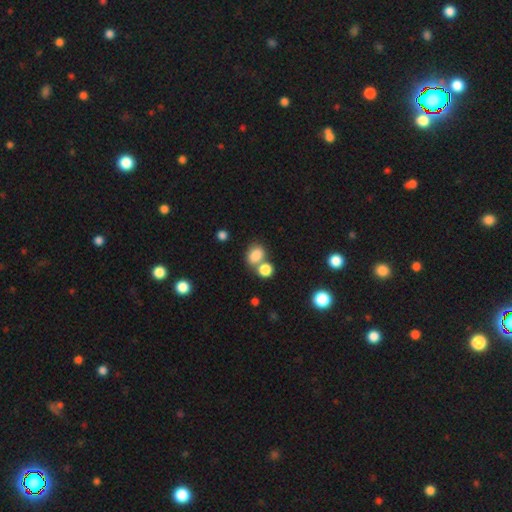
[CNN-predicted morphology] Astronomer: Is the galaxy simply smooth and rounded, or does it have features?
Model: smooth — 83%.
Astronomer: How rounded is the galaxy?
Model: in between — 64%.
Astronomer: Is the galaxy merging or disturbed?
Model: none — 46% (runner-up: merger, 39%).